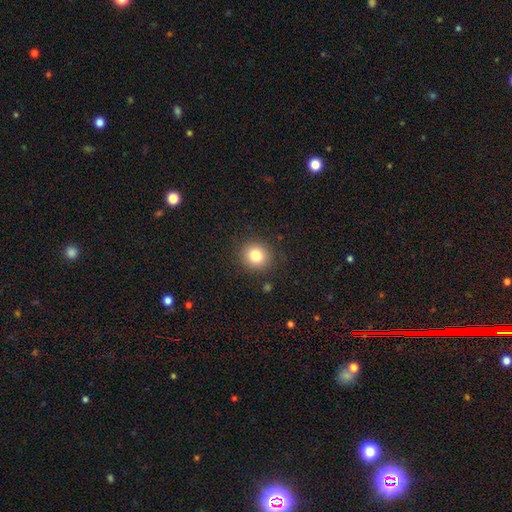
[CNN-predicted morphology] Smooth or featured: smooth — 81% (star or artifact — 12%)
How rounded: round — 90% (in between — 9%)
Merging: none — 89% (minor disturbance — 7%)